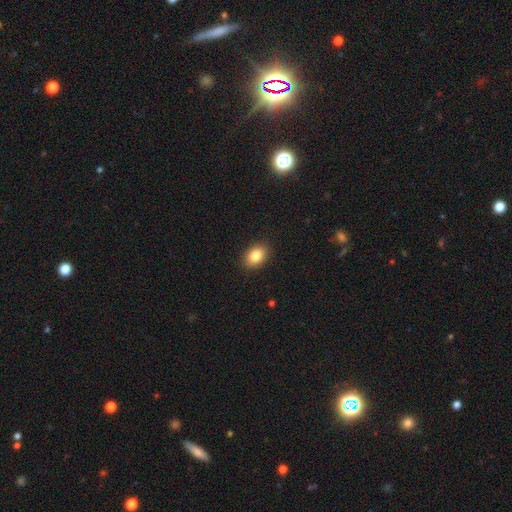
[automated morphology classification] smooth_or_featured: smooth (p=0.84) [alt: star or artifact p=0.09]
how_rounded: in between (p=0.80) [alt: round p=0.19]
merging: none (p=0.89) [alt: minor disturbance p=0.08]